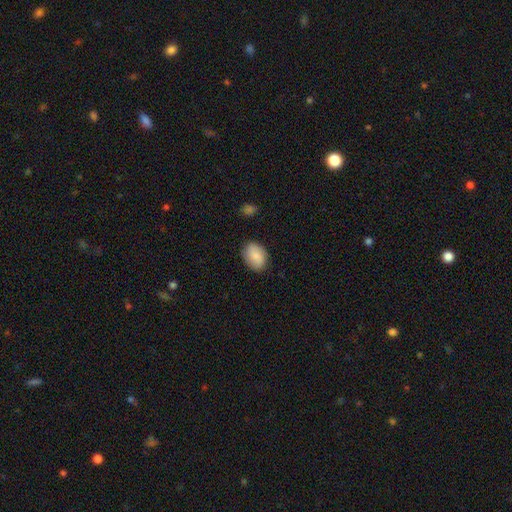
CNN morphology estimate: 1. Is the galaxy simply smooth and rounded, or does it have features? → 83% smooth, 10% featured or disk, 7% star or artifact.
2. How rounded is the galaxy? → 77% in between, 21% round, 1% cigar-shaped.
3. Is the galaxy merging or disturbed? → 82% none, 14% minor disturbance, 3% major disturbance, 1% merger.